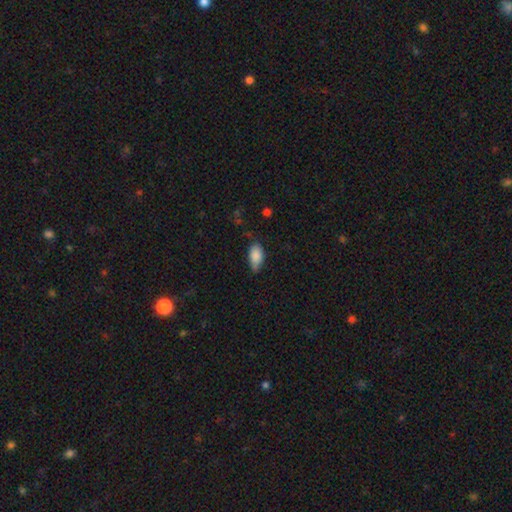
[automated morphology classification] Smooth or featured: smooth — 85% (featured or disk — 8%)
How rounded: in between — 92% (cigar-shaped — 5%)
Merging: none — 60% (minor disturbance — 33%)